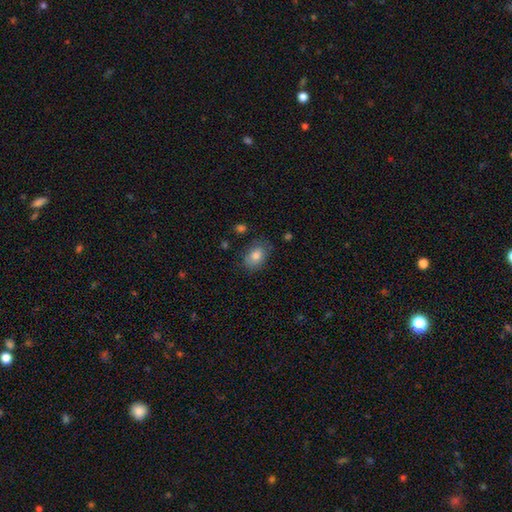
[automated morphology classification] type=smooth (81%); roundness=in between (80%); merging=none (74%).